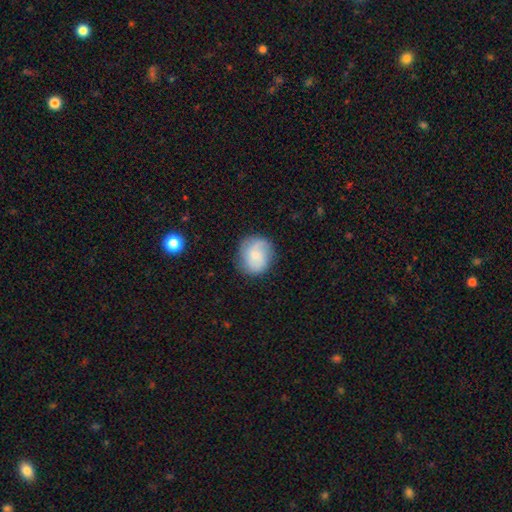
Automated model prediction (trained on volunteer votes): smooth_or_featured: smooth (p=0.61) [alt: featured or disk p=0.31]
how_rounded: round (p=0.77) [alt: in between p=0.22]
merging: none (p=0.75) [alt: minor disturbance p=0.17]